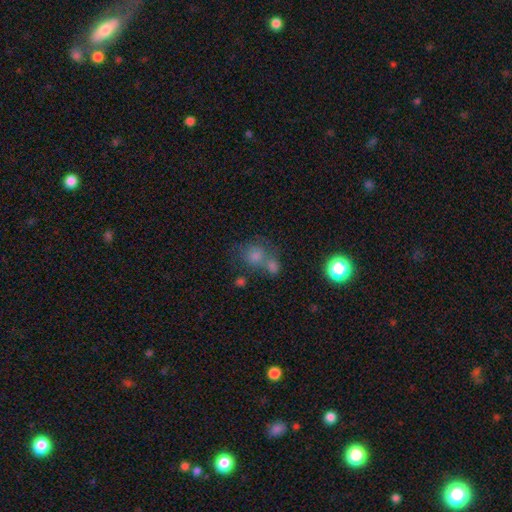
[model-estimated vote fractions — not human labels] smooth 64%, star or artifact 21%, featured or disk 15%. Down the decision tree: how rounded — round (77%); merging — none (45%).